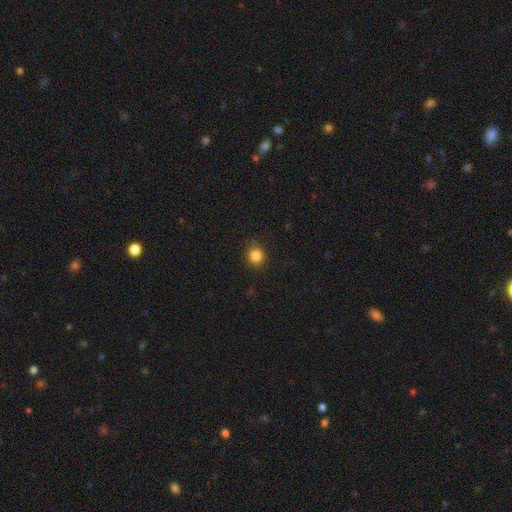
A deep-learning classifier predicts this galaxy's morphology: A smooth galaxy with no disk features (84%) that is round (84%). Merging: none (86%).